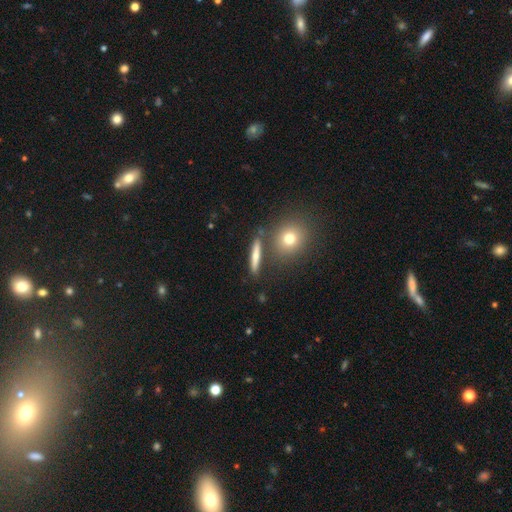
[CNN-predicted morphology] type=smooth (59%); roundness=cigar-shaped (66%); merging=none (81%).